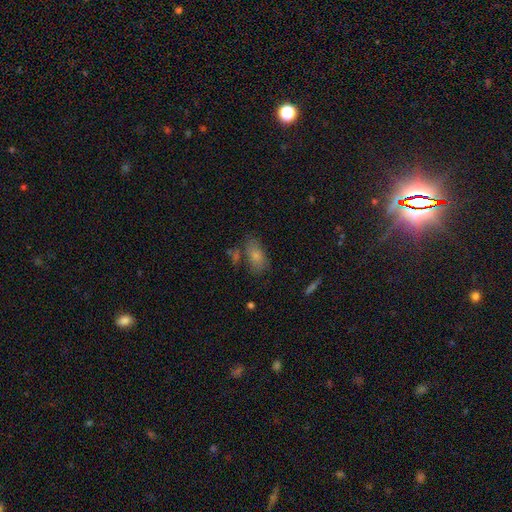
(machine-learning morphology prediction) Q: Smooth or featured?
A: smooth (76%); runner-up: featured or disk (15%)
Q: How rounded?
A: in between (88%); runner-up: round (7%)
Q: Merging?
A: none (62%); runner-up: minor disturbance (19%)